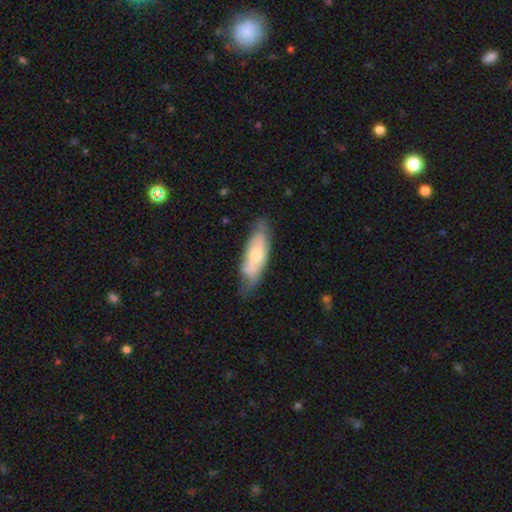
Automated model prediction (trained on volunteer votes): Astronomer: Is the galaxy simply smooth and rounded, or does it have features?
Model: smooth — 53% (runner-up: featured or disk, 41%).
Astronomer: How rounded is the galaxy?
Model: in between — 62%.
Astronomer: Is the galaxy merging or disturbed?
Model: none — 62%.